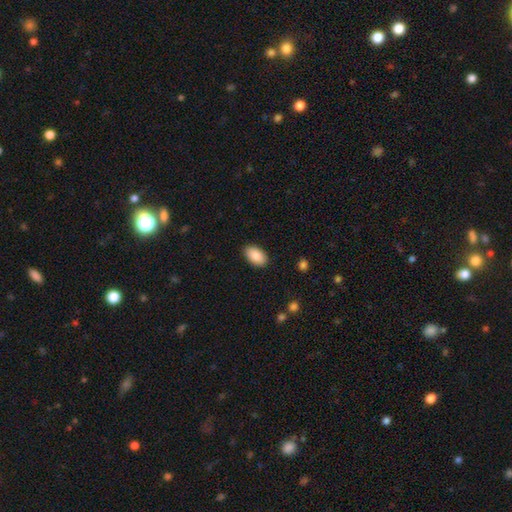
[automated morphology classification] smooth 89%, star or artifact 6%, featured or disk 5%. Down the decision tree: how rounded — in between (94%); merging — none (88%).